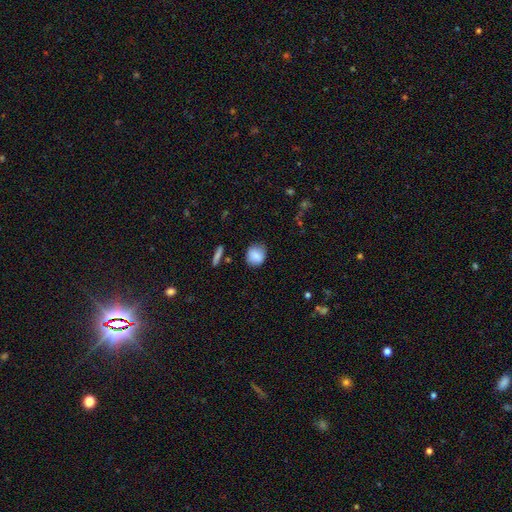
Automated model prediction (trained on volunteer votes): Smooth or featured? smooth (85%)
How rounded? round (79%)
Merging? none (79%)